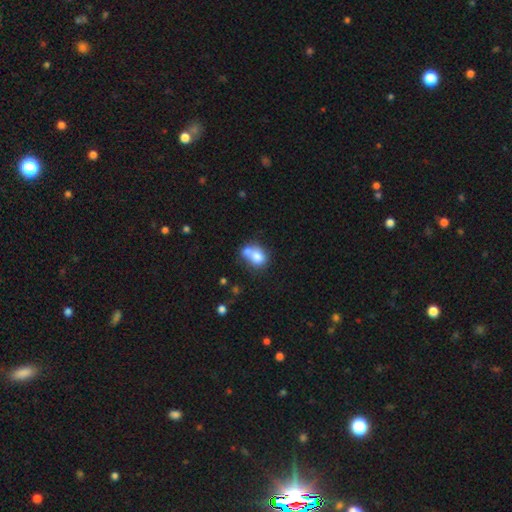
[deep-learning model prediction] This appears to be a smooth galaxy with no disk features (75%) that is round (50%). Merging: merger (53%).